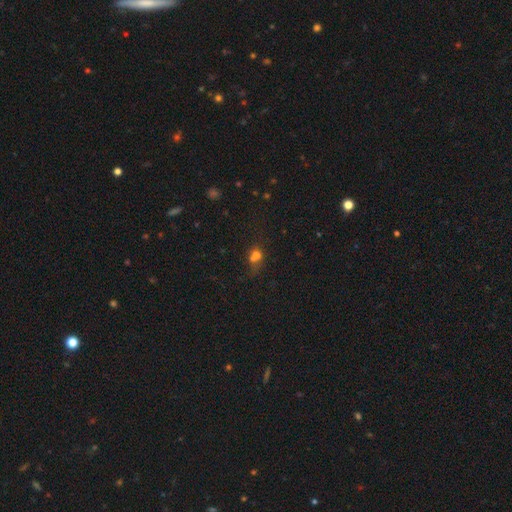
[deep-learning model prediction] Smooth or featured: smooth — 62% (star or artifact — 23%)
How rounded: round — 68% (in between — 30%)
Merging: merger — 54% (none — 30%)